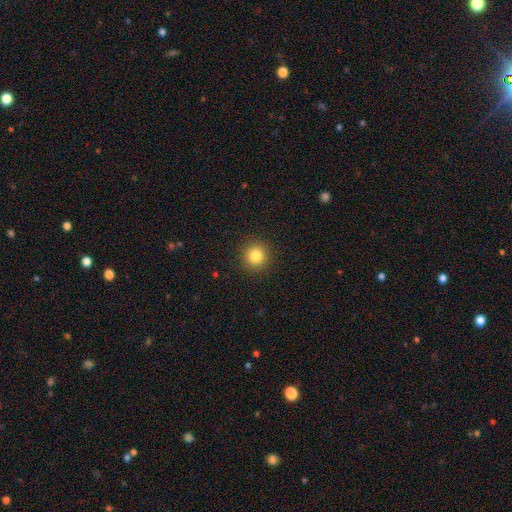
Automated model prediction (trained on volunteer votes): Smooth or featured? Predicted: smooth (p=0.83). How rounded? Predicted: round (p=0.94). Merging? Predicted: none (p=0.92).